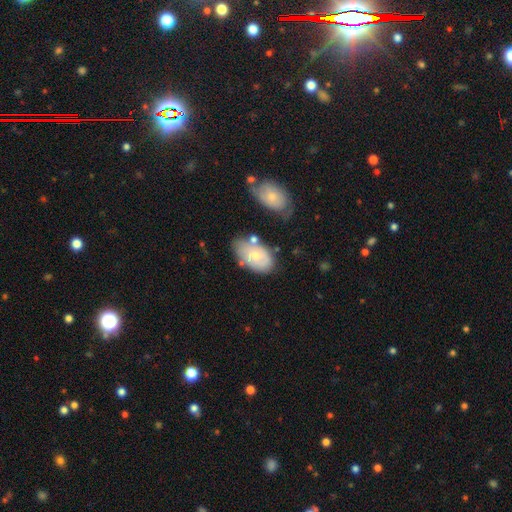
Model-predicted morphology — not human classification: type=smooth (52%); roundness=in between (90%); merging=none (51%).